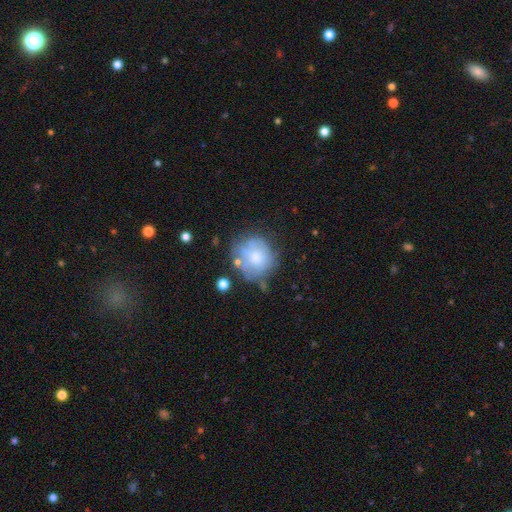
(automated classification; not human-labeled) This appears to be a smooth galaxy with no disk features (58%) that is round (85%). Merging: none (52%).